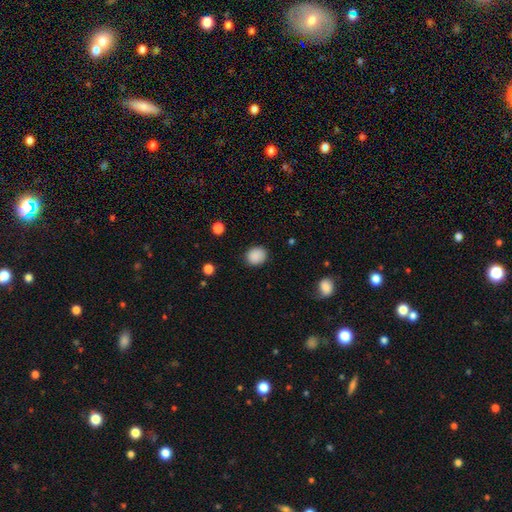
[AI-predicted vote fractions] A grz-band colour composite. It shows a smooth galaxy with no disk features (88%) that is round (71%). Merging: none (87%).